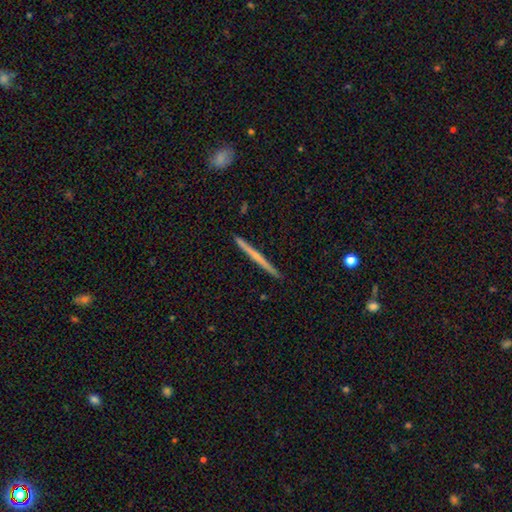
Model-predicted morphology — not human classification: A featured or disk galaxy (60%) viewed edge-on (98%) with no central bulge (67%).

Vote fractions:
- Smooth or featured? featured or disk: 60% / smooth: 34% / star or artifact: 6%
- Edge-on disk? yes: 98% / no: 2%
- Edge-on bulge? none: 67% / rounded: 28% / boxy: 5%
- Merging? none: 93% / minor disturbance: 5% / major disturbance: 1% / merger: 1%